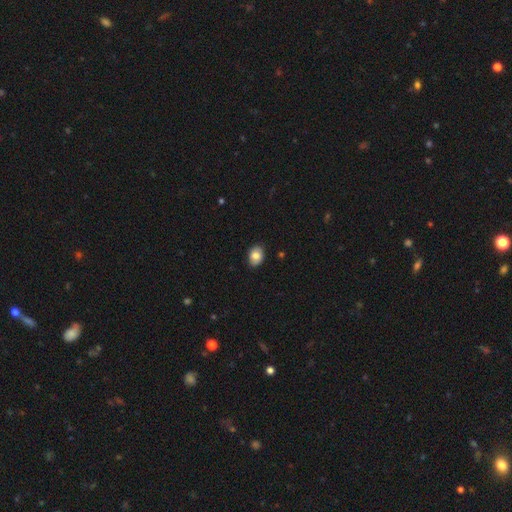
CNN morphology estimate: A smooth galaxy with no disk features (81%) that is in between round and cigar-shaped (69%). Merging: none (87%).